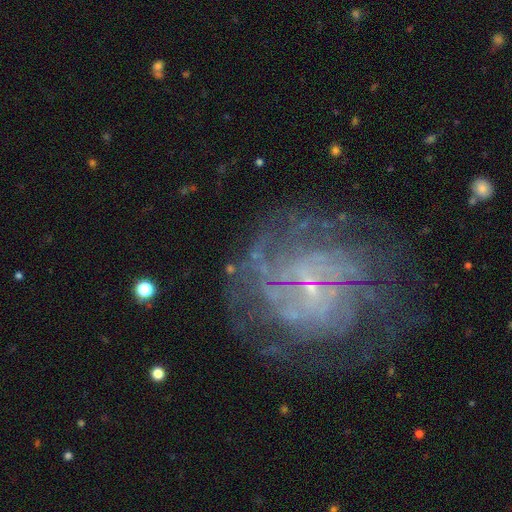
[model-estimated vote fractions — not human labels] Smooth or featured? featured or disk (77%)
Edge-on disk? no (97%)
Bar? no (58%)
Spiral arms? yes (89%)
Spiral winding? tight (61%)
Spiral arm count? can't tell (37%)
Bulge size? small (69%)
Merging? none (66%)